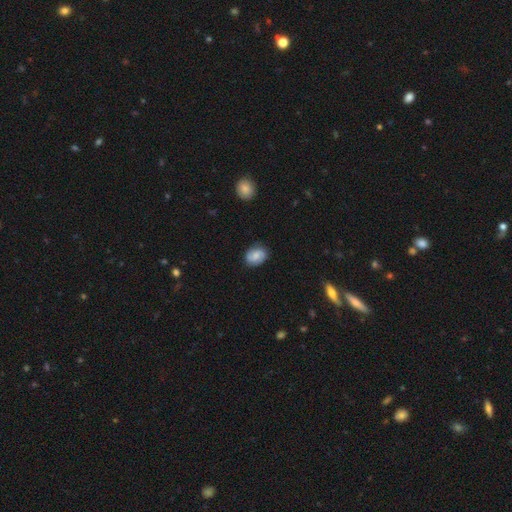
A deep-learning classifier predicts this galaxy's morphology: Smooth or featured? featured or disk (48%)
Merging? none (81%)